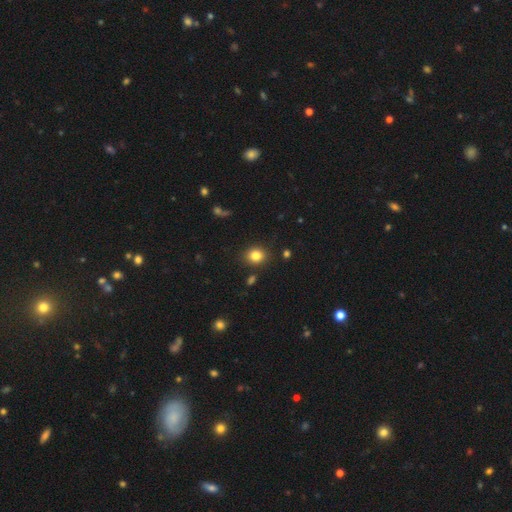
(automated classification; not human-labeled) Smooth or featured?
  - smooth: 82% *
  - star or artifact: 11%
  - featured or disk: 6%
How rounded?
  - round: 71% *
  - in between: 28%
  - cigar-shaped: 1%
Merging?
  - none: 86% *
  - minor disturbance: 9%
  - major disturbance: 3%
  - merger: 2%